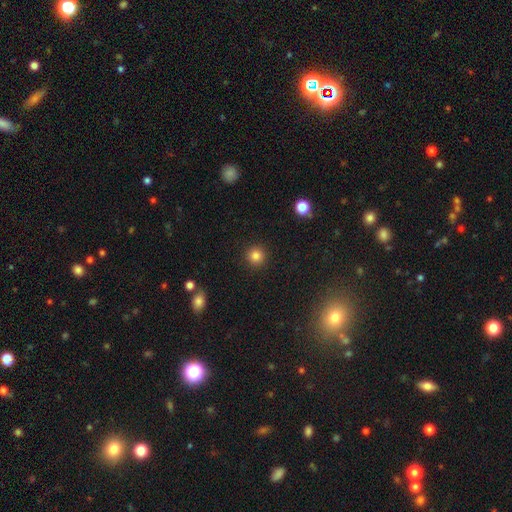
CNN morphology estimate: A smooth galaxy with no disk features (84%) that is round (94%).

Vote fractions:
- Smooth or featured? smooth: 84% / star or artifact: 12% / featured or disk: 4%
- How rounded? round: 94% / in between: 5% / cigar-shaped: 1%
- Merging? none: 92% / minor disturbance: 5% / major disturbance: 2% / merger: 1%